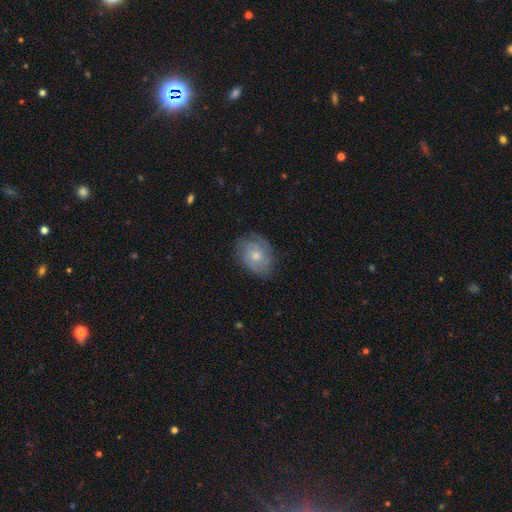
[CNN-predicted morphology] Smooth or featured: smooth — 49% (featured or disk — 43%)
Merging: none — 75% (minor disturbance — 18%)